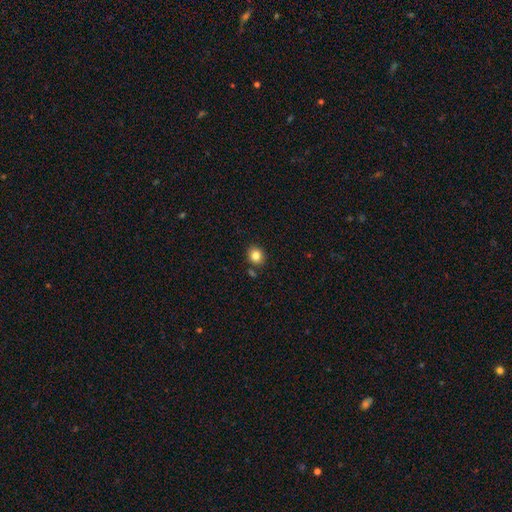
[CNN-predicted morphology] smooth 83%, star or artifact 11%, featured or disk 6%. Down the decision tree: how rounded — round (74%); merging — none (84%).